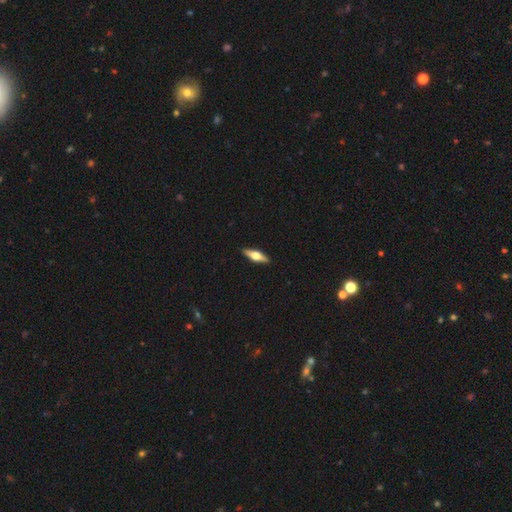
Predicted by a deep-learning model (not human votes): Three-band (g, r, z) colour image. It shows a featured or disk galaxy (63%) viewed edge-on (96%) with a rounded central bulge (95%). Merging: none (91%).